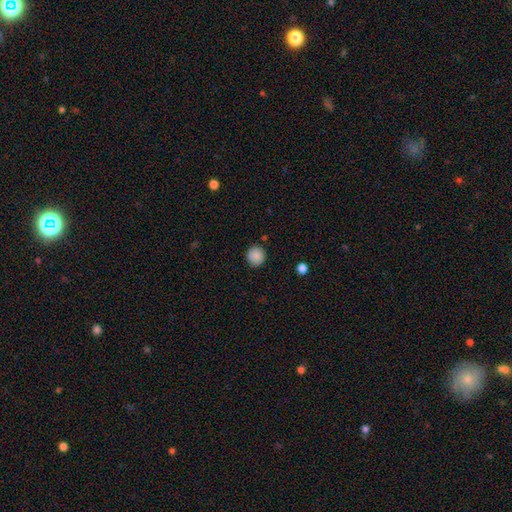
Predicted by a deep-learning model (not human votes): smooth-or-featured: smooth: 88% | star or artifact: 9% | featured or disk: 3%
  how-rounded: round: 93% | in between: 6% | cigar-shaped: 1%
  merging: none: 89% | minor disturbance: 8% | major disturbance: 2% | merger: 2%